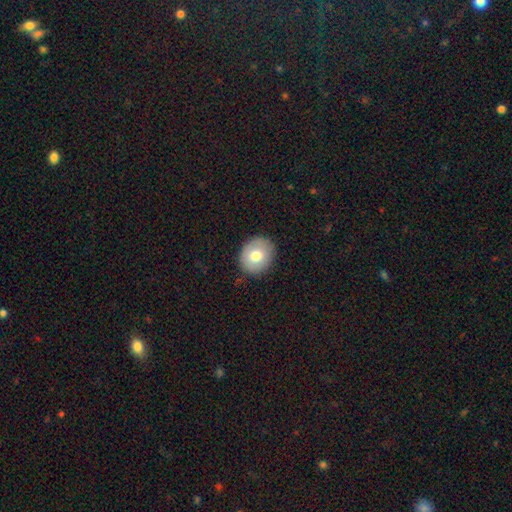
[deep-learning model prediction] Smooth or featured? Predicted: smooth (p=0.73). How rounded? Predicted: round (p=0.67). Merging? Predicted: none (p=0.88).